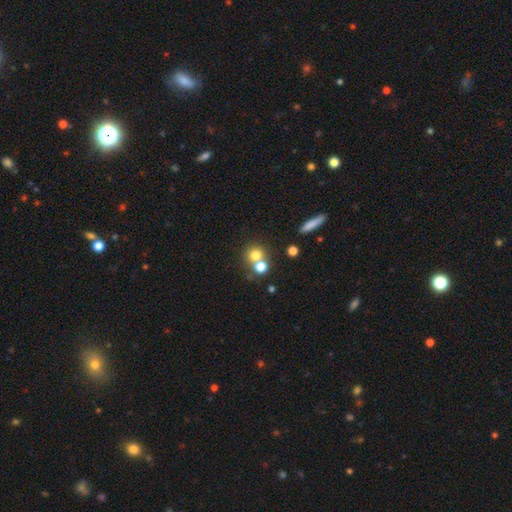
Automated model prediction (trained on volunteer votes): Q: Smooth or featured?
A: smooth (73%); runner-up: star or artifact (14%)
Q: How rounded?
A: round (86%); runner-up: in between (12%)
Q: Merging?
A: none (50%); runner-up: merger (40%)